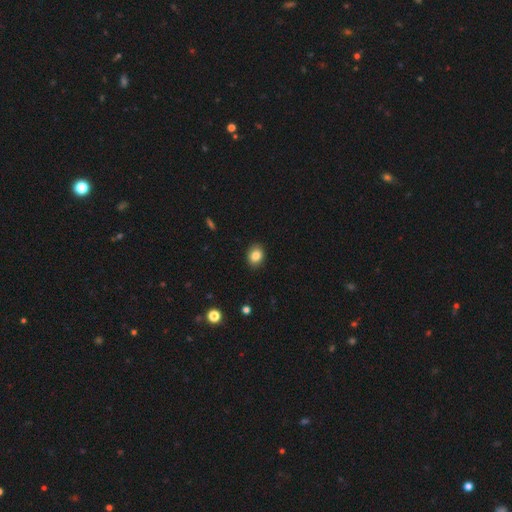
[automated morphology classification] The model was most divided on "how rounded": in between: 57%, round: 42%, cigar-shaped: 1%. More confident: merging — none (89%); smooth or featured — smooth (85%).